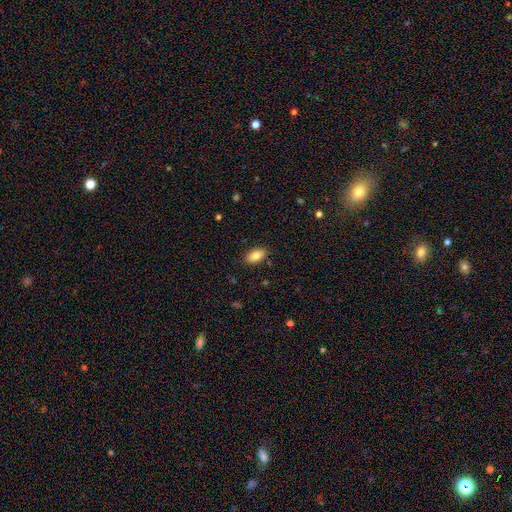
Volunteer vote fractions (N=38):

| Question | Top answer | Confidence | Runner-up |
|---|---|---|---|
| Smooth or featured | smooth | 89% | star or artifact (8%) |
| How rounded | in between | 85% | round (9%) |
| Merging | none | 77% | minor disturbance (14%) |